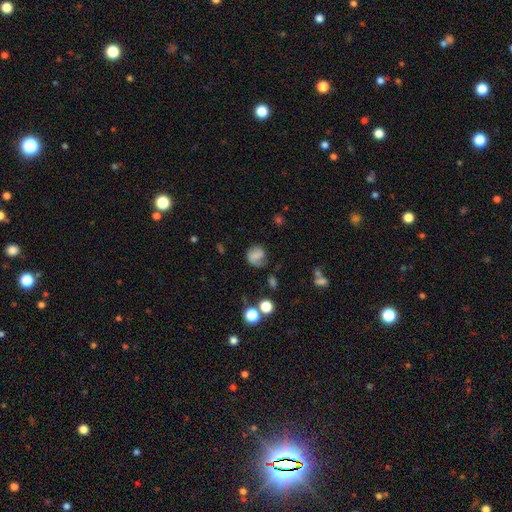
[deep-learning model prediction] This is possibly a smooth galaxy (58%). How rounded: likely round (73%). Merging: possibly none (56%).